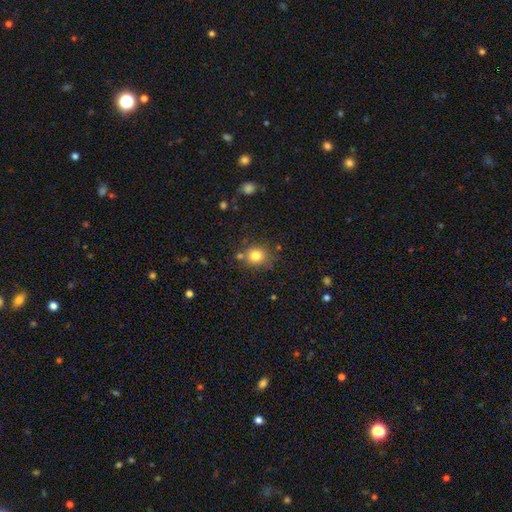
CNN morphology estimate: Overall: smooth (80%). How rounded: round (82%). Merging: none (74%).